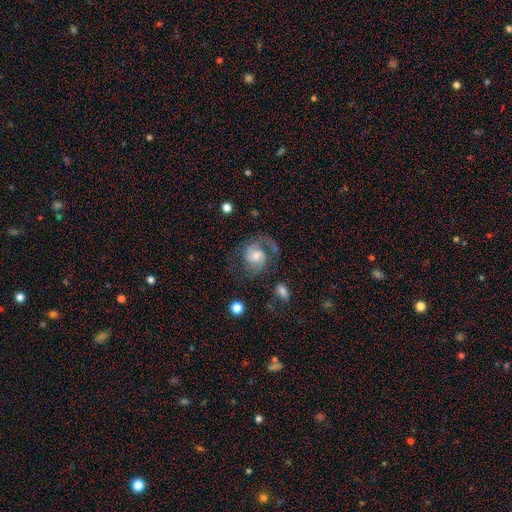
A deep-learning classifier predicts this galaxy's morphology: A featured or disk galaxy (76%) with no bar (57%), 2 (71%) medium (49%) spiral arms (94%) and a moderate central bulge (51%).

Vote fractions:
- Smooth or featured? featured or disk: 76% / smooth: 16% / star or artifact: 7%
- Edge-on disk? no: 98% / yes: 2%
- Bar? no: 57% / weak: 37% / strong: 6%
- Spiral arms? yes: 94% / no: 6%
- Spiral winding? medium: 49% / tight: 27% / loose: 24%
- Spiral arm count? 2: 71% / 1: 15% / can't tell: 8% / 3: 3% / 4: 1% / more than 4: 1%
- Bulge size? moderate: 51% / small: 34% / large: 9% / none: 4% / dominant: 2%
- Merging? none: 57% / major disturbance: 22% / minor disturbance: 17% / merger: 4%